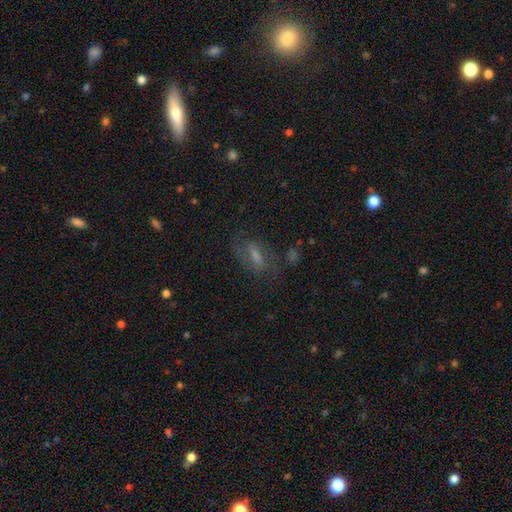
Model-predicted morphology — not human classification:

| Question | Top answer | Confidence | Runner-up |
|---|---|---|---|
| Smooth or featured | featured or disk | 46% | smooth (31%) |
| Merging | none | 68% | minor disturbance (17%) |